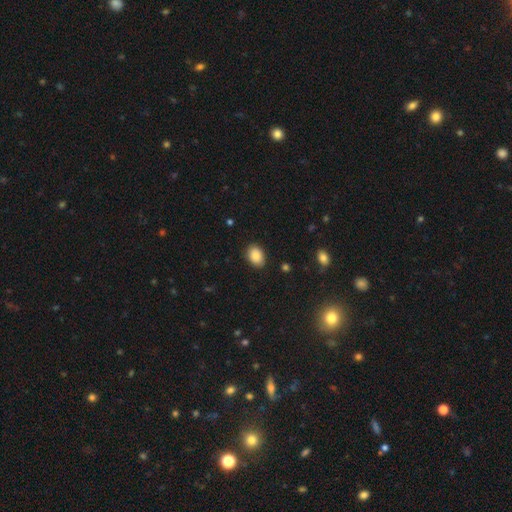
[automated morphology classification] Smooth or featured? Predicted: smooth (p=0.87). How rounded? Predicted: in between (p=0.80). Merging? Predicted: none (p=0.88).